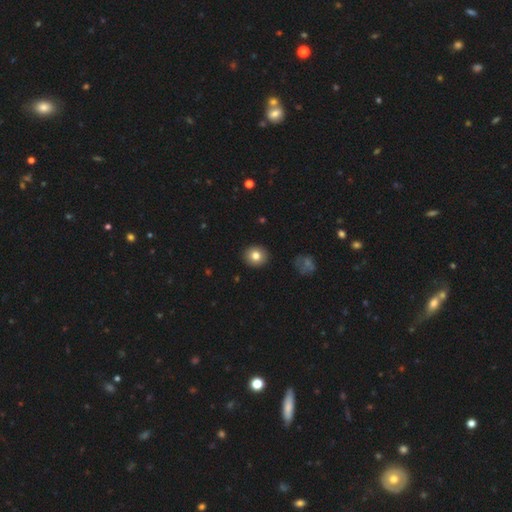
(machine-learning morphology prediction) Overall: smooth (81%). How rounded: round (87%). Merging: none (92%).